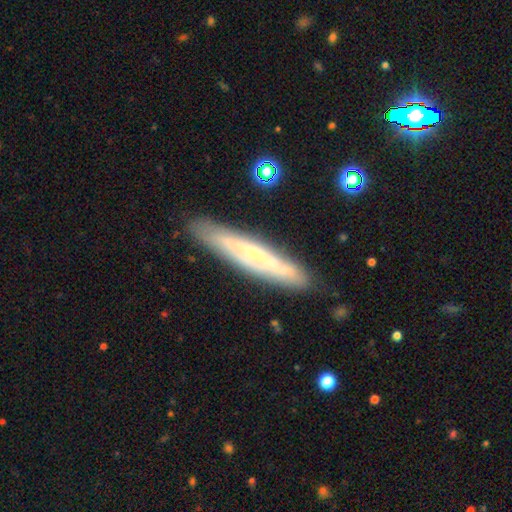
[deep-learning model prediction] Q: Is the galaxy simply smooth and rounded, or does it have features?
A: featured or disk — 56%.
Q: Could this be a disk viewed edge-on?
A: yes — 75%.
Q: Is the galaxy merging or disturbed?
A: none — 83%.